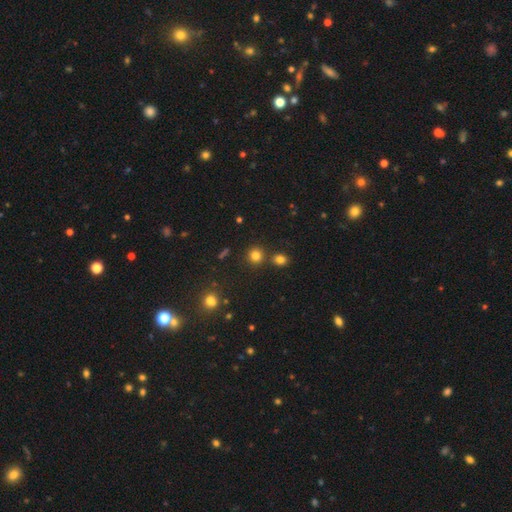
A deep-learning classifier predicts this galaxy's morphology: Smooth or featured? Predicted: smooth (p=0.79). How rounded? Predicted: round (p=0.89). Merging? Predicted: none (p=0.79).